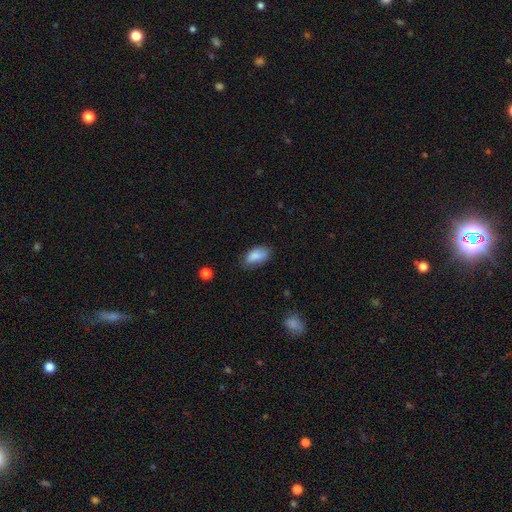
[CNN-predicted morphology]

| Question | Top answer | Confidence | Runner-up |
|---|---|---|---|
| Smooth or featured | smooth | 87% | star or artifact (7%) |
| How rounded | in between | 92% | cigar-shaped (4%) |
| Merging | none | 73% | minor disturbance (22%) |